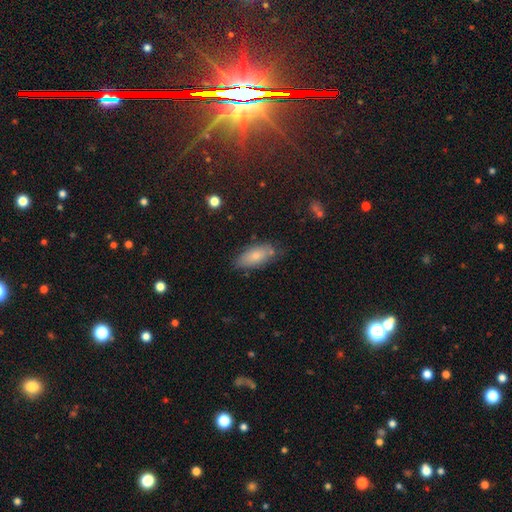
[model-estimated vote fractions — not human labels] Smooth or featured?
  - smooth: 77% *
  - featured or disk: 15%
  - star or artifact: 8%
How rounded?
  - in between: 86% *
  - cigar-shaped: 11%
  - round: 3%
Merging?
  - none: 73% *
  - minor disturbance: 19%
  - major disturbance: 4%
  - merger: 4%